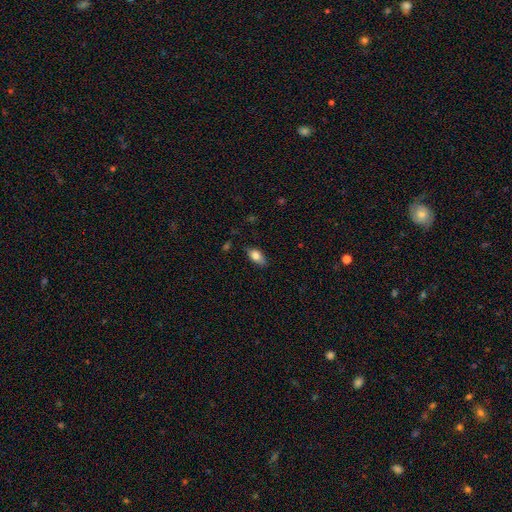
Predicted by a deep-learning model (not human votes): smooth_or_featured: smooth (p=0.79) [alt: featured or disk p=0.13]
how_rounded: in between (p=0.87) [alt: cigar-shaped p=0.07]
merging: none (p=0.79) [alt: minor disturbance p=0.16]